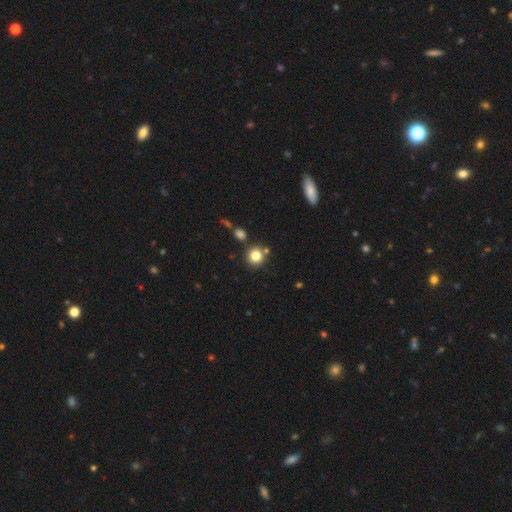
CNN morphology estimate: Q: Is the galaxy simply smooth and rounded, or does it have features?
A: smooth — 81%.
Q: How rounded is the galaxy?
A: round — 91%.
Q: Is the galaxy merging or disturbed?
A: none — 80%.